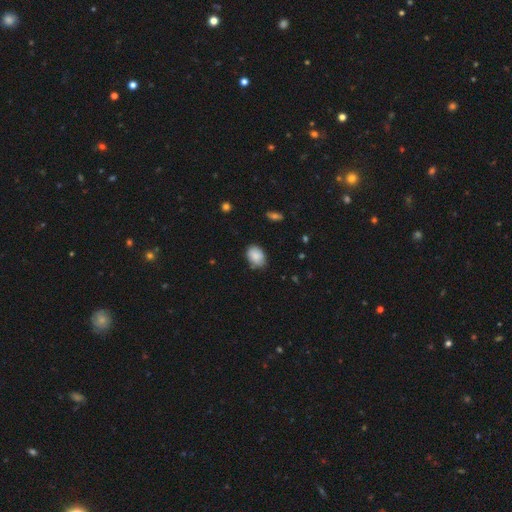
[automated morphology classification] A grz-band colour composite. It shows a smooth galaxy with no disk features (87%) that is in between round and cigar-shaped (76%). Merging: none (74%).